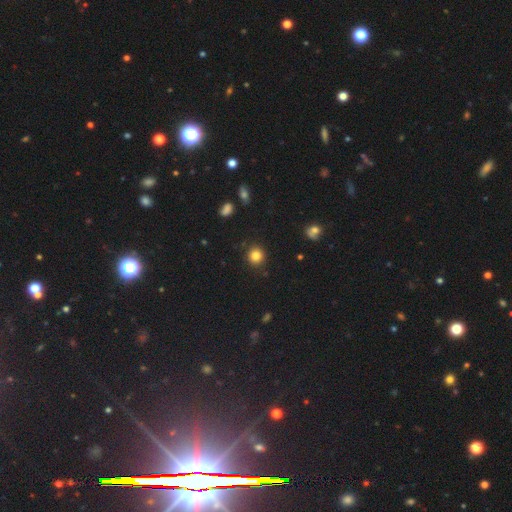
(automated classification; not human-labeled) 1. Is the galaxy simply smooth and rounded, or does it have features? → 83% smooth, 12% star or artifact, 5% featured or disk.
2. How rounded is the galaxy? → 90% round, 9% in between, 1% cigar-shaped.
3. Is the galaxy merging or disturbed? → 90% none, 7% minor disturbance, 2% major disturbance, 1% merger.